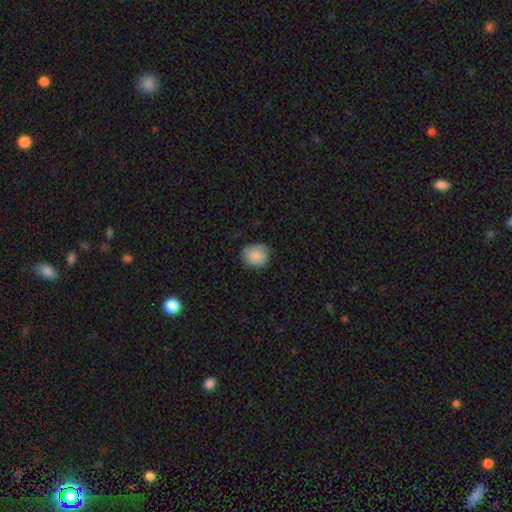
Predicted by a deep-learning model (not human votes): Smooth or featured?
  - smooth: 87% *
  - star or artifact: 7%
  - featured or disk: 6%
How rounded?
  - round: 76% *
  - in between: 23%
  - cigar-shaped: 1%
Merging?
  - none: 79% *
  - minor disturbance: 17%
  - major disturbance: 3%
  - merger: 1%